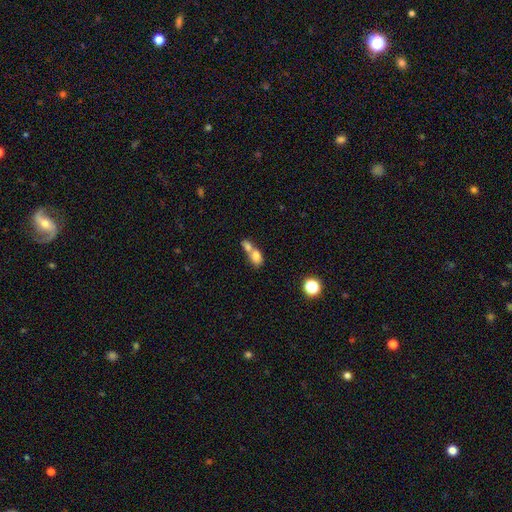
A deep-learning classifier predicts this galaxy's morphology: Overall: smooth (75%). How rounded: in between (71%). Merging: merger (71%).